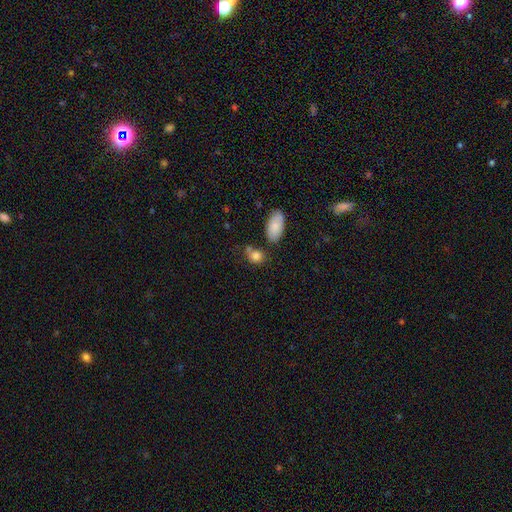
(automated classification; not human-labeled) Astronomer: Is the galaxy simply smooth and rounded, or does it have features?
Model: smooth — 84%.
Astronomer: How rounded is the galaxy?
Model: round — 55% (runner-up: in between, 43%).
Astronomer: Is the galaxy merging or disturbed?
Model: none — 60%.